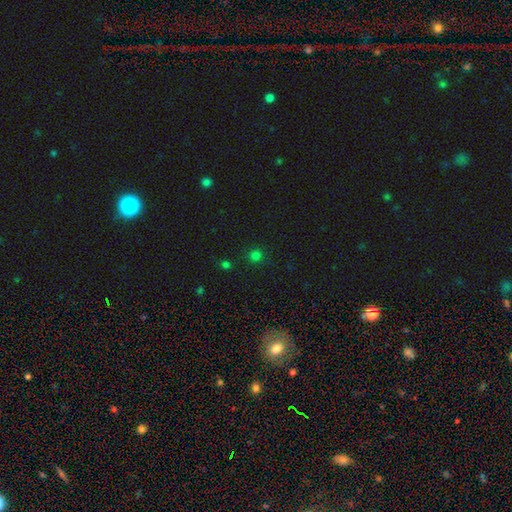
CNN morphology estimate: Smooth or featured?
  - smooth: 73% *
  - star or artifact: 23%
  - featured or disk: 4%
How rounded?
  - round: 92% *
  - in between: 7%
  - cigar-shaped: 1%
Merging?
  - none: 87% *
  - minor disturbance: 8%
  - major disturbance: 3%
  - merger: 3%